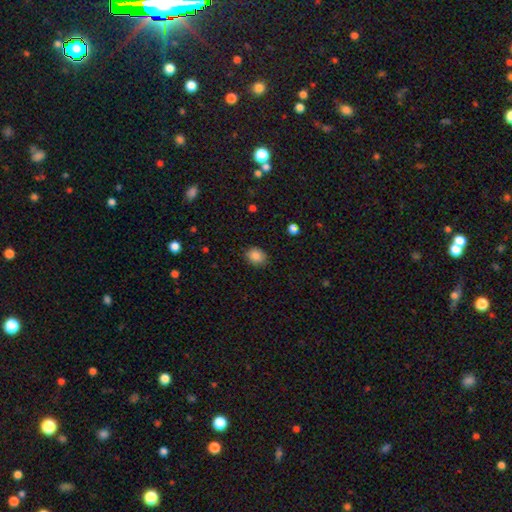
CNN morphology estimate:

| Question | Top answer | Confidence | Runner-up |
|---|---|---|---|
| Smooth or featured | smooth | 85% | star or artifact (10%) |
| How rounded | round | 56% | in between (43%) |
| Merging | none | 86% | minor disturbance (10%) |